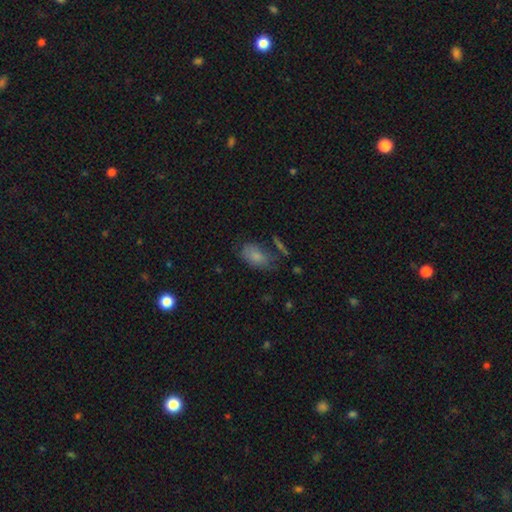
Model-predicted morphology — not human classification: smooth 79%, featured or disk 12%, star or artifact 9%. Down the decision tree: how rounded — in between (90%); merging — none (57%).